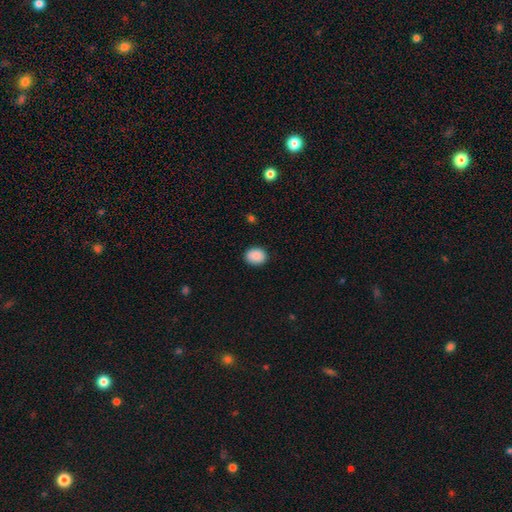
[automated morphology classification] Q: Smooth or featured?
A: smooth (90%); runner-up: star or artifact (7%)
Q: How rounded?
A: in between (51%); runner-up: round (48%)
Q: Merging?
A: none (89%); runner-up: minor disturbance (8%)